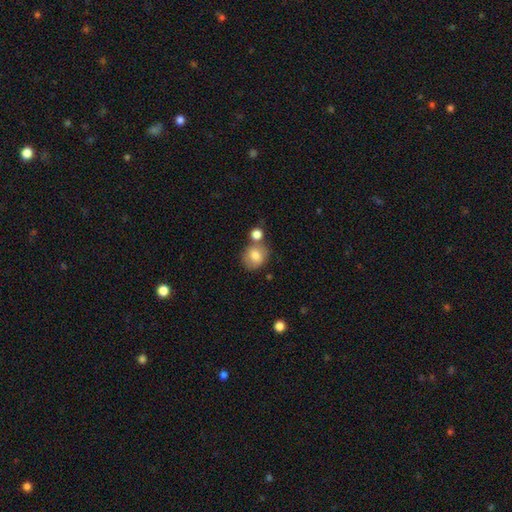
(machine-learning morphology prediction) Smooth or featured? smooth (79%)
How rounded? round (73%)
Merging? none (57%)